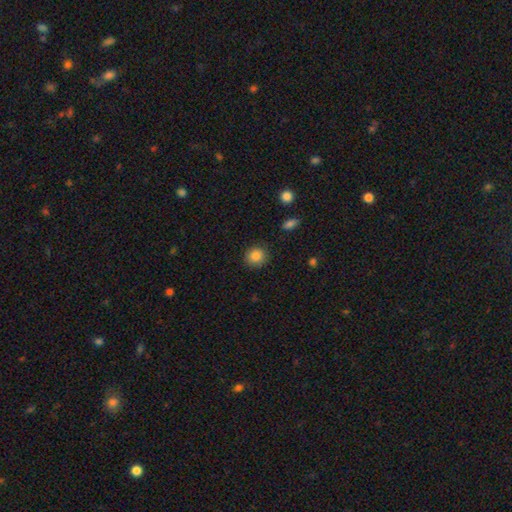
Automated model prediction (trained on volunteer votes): Smooth or featured?
  - smooth: 85% *
  - star or artifact: 10%
  - featured or disk: 5%
How rounded?
  - round: 87% *
  - in between: 12%
  - cigar-shaped: 1%
Merging?
  - none: 88% *
  - minor disturbance: 8%
  - major disturbance: 2%
  - merger: 1%